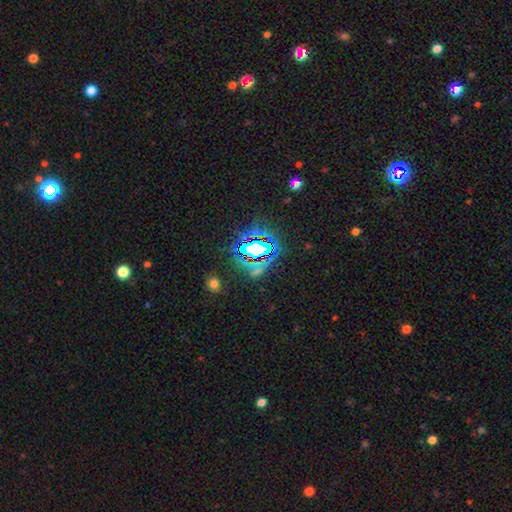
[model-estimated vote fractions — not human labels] smooth-or-featured: star or artifact: 74% | smooth: 16% | featured or disk: 10%